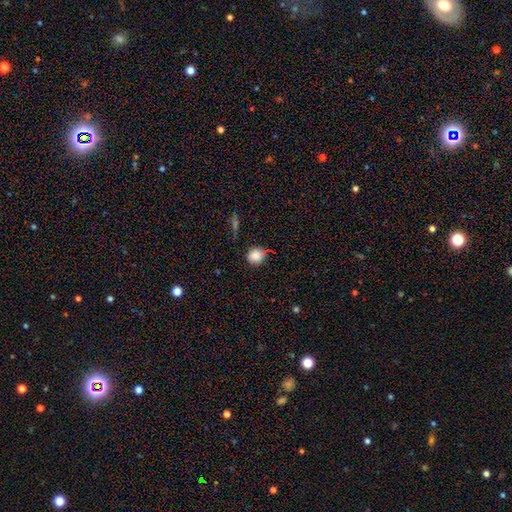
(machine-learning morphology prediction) Q: Smooth or featured?
A: smooth (82%); runner-up: star or artifact (11%)
Q: How rounded?
A: round (83%); runner-up: in between (16%)
Q: Merging?
A: none (64%); runner-up: minor disturbance (26%)